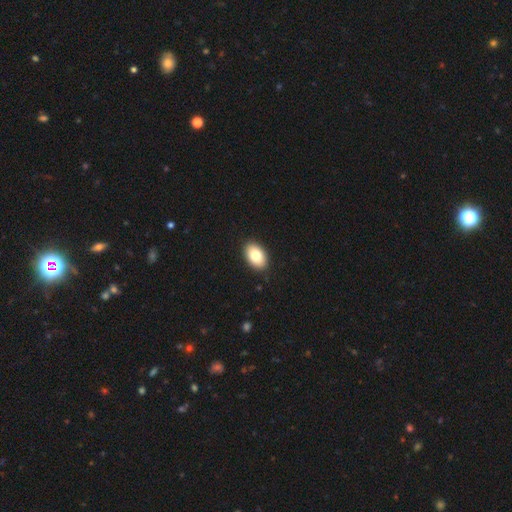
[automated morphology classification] smooth_or_featured: smooth (p=0.81) [alt: featured or disk p=0.12]
how_rounded: in between (p=0.91) [alt: round p=0.07]
merging: none (p=0.91) [alt: minor disturbance p=0.07]